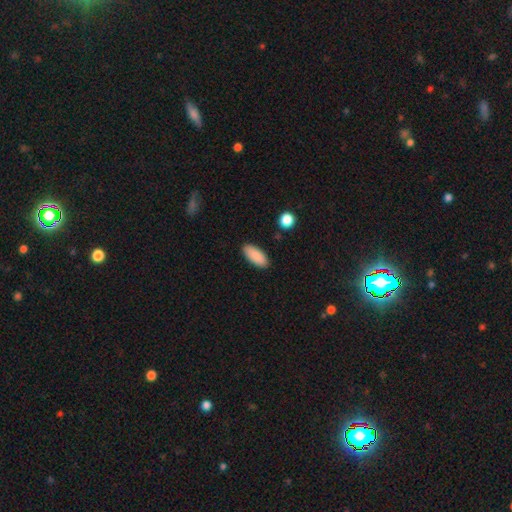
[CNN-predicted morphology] A smooth galaxy with no disk features (89%) that is in between round and cigar-shaped (85%). Merging: none (89%).